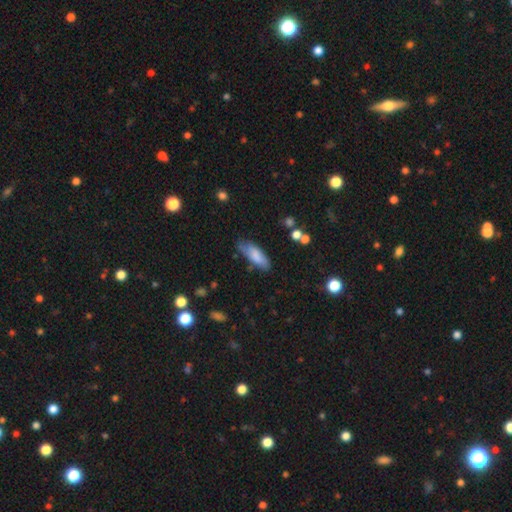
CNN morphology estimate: The model was most divided on "how rounded": in between: 68%, cigar-shaped: 30%, round: 2%. More confident: smooth or featured — smooth (79%); merging — none (69%).